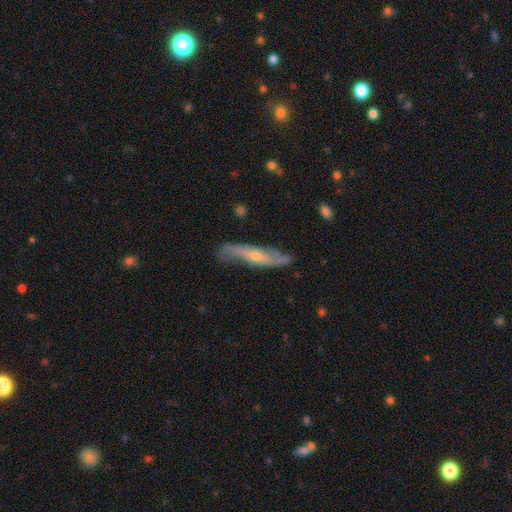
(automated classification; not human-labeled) Smooth or featured?
  - featured or disk: 69% *
  - smooth: 25%
  - star or artifact: 6%
Edge-on disk?
  - no: 55% *
  - yes: 45%
Merging?
  - none: 75% *
  - minor disturbance: 19%
  - major disturbance: 5%
  - merger: 2%